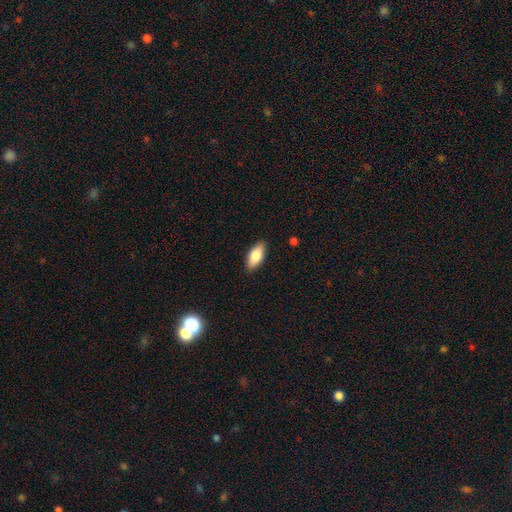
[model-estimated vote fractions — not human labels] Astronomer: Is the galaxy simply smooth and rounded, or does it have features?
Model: smooth — 81%.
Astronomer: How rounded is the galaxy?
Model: in between — 86%.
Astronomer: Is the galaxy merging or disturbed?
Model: none — 88%.